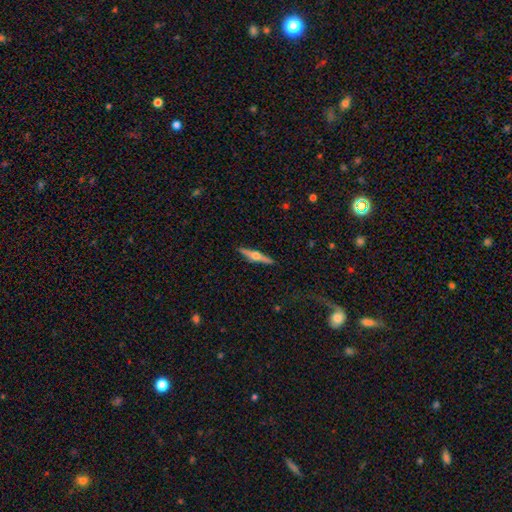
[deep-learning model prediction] Overall: featured or disk (72%). Edge-on disk: yes (98%). Edge-on bulge: rounded (94%). Merging: none (90%).